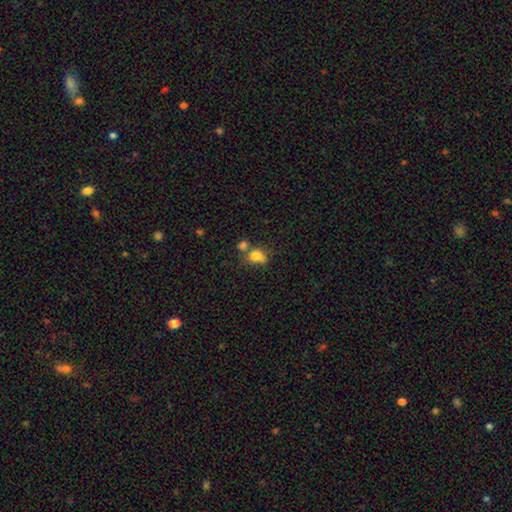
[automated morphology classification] Smooth or featured? Predicted: smooth (p=0.76). How rounded? Predicted: in between (p=0.57). Merging? Predicted: merger (p=0.35).